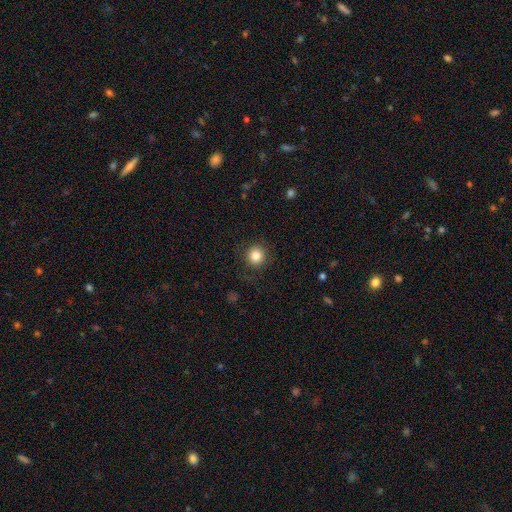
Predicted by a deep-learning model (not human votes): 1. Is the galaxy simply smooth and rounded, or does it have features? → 84% smooth, 11% star or artifact, 5% featured or disk.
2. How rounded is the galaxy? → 93% round, 6% in between, 1% cigar-shaped.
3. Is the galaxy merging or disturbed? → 88% none, 8% minor disturbance, 3% major disturbance, 1% merger.